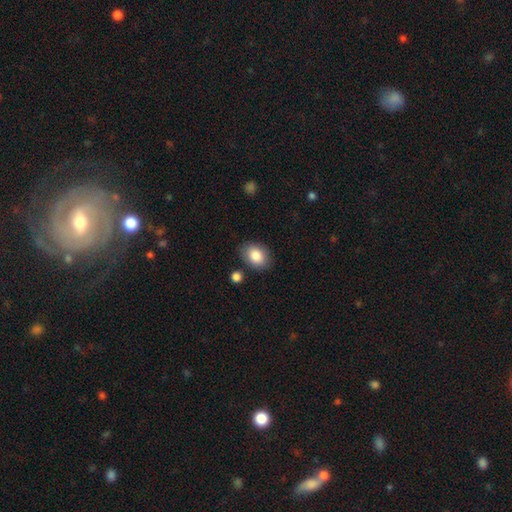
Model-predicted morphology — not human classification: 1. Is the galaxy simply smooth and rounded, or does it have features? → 86% smooth, 7% star or artifact, 7% featured or disk.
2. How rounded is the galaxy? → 76% in between, 23% round, 1% cigar-shaped.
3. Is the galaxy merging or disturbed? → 82% none, 12% minor disturbance, 3% merger, 3% major disturbance.